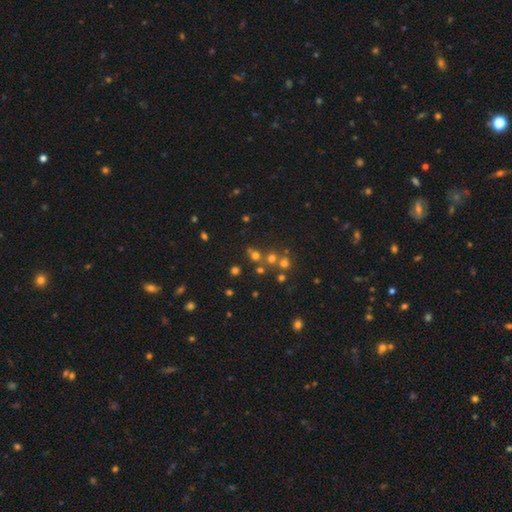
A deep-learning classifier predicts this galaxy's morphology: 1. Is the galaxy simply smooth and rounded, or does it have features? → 48% smooth, 38% star or artifact, 15% featured or disk.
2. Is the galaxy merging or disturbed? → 56% none, 31% merger, 8% minor disturbance, 5% major disturbance.